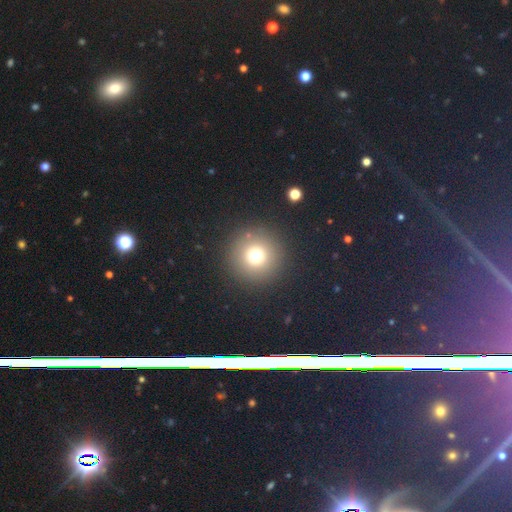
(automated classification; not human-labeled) Overall: smooth (73%). How rounded: round (96%). Merging: none (90%).